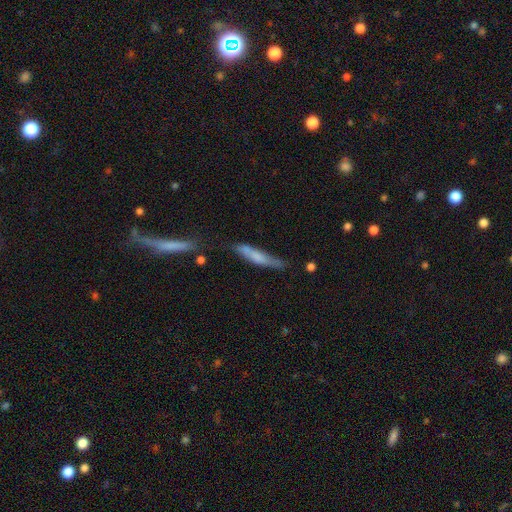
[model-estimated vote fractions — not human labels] This is likely a smooth galaxy (61%). How rounded: clearly cigar-shaped (88%). Merging: possibly none (58%).